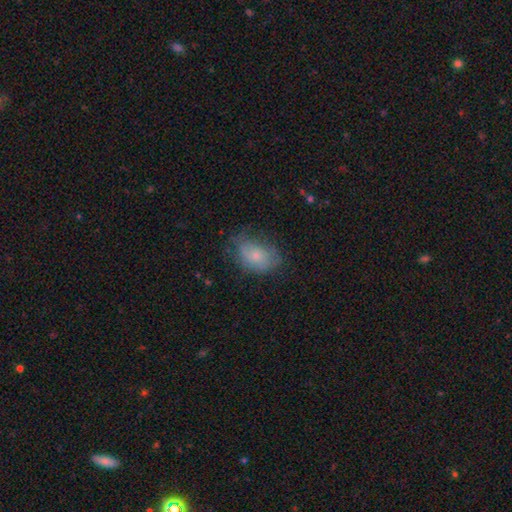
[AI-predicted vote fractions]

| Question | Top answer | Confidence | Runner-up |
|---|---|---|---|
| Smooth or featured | smooth | 67% | featured or disk (24%) |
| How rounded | in between | 81% | round (18%) |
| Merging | none | 51% | minor disturbance (32%) |